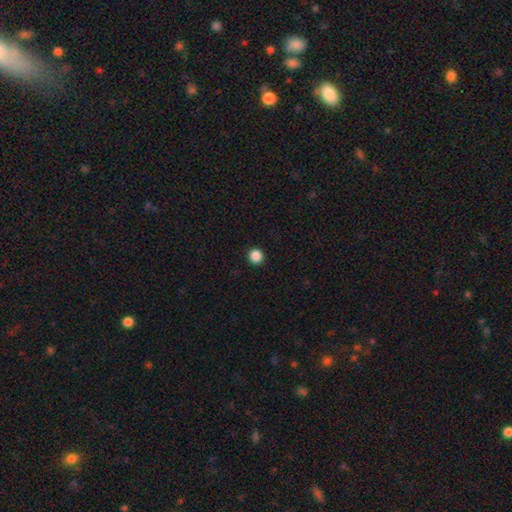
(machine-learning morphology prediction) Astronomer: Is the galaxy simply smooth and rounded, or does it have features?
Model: smooth — 88%.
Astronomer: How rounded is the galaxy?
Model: round — 94%.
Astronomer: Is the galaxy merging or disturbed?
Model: none — 93%.